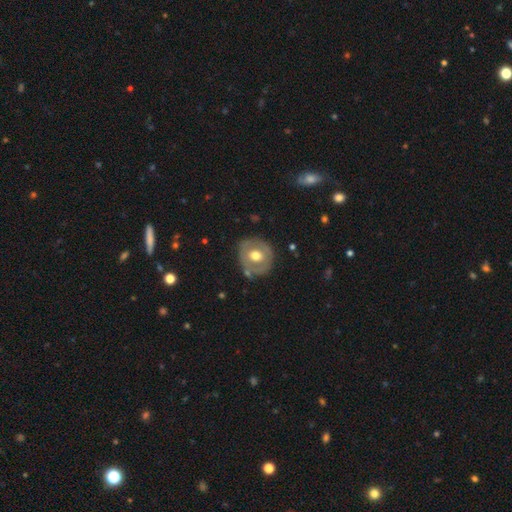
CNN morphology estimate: smooth-or-featured: smooth: 49% | featured or disk: 45% | star or artifact: 6%
  merging: none: 76% | minor disturbance: 15% | major disturbance: 5% | merger: 4%